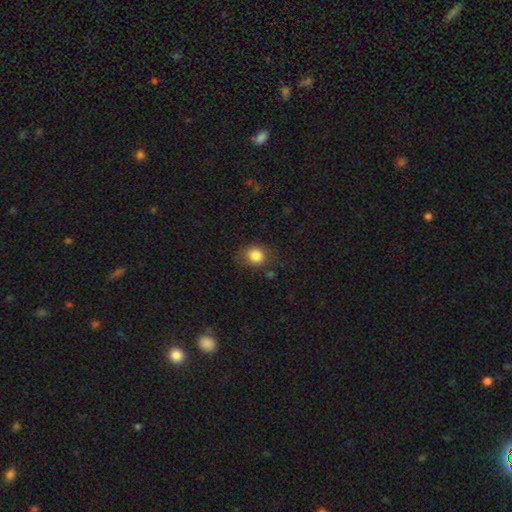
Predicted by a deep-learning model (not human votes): Overall: smooth (84%). How rounded: round (65%; in between 34%). Merging: none (70%).